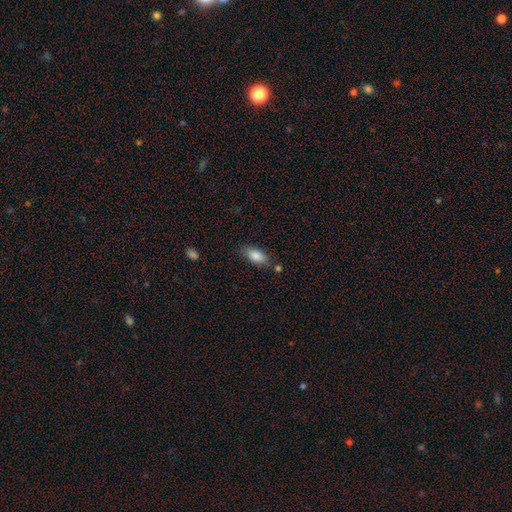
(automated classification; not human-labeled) Smooth or featured?
  - smooth: 83% *
  - featured or disk: 10%
  - star or artifact: 7%
How rounded?
  - in between: 86% *
  - cigar-shaped: 11%
  - round: 3%
Merging?
  - none: 75% *
  - minor disturbance: 16%
  - merger: 6%
  - major disturbance: 3%